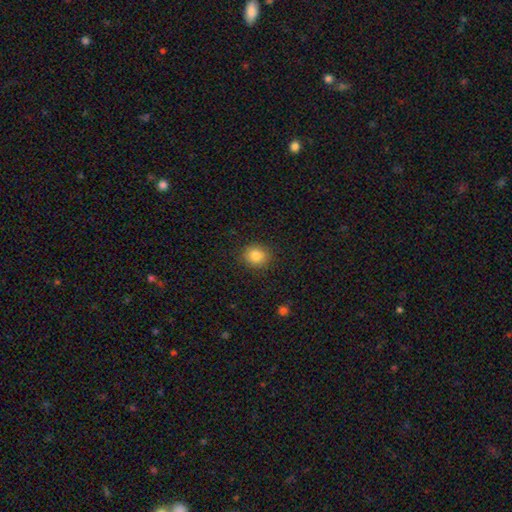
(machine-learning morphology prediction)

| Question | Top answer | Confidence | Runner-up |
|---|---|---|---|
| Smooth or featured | smooth | 84% | star or artifact (10%) |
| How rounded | round | 81% | in between (19%) |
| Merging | none | 89% | minor disturbance (7%) |